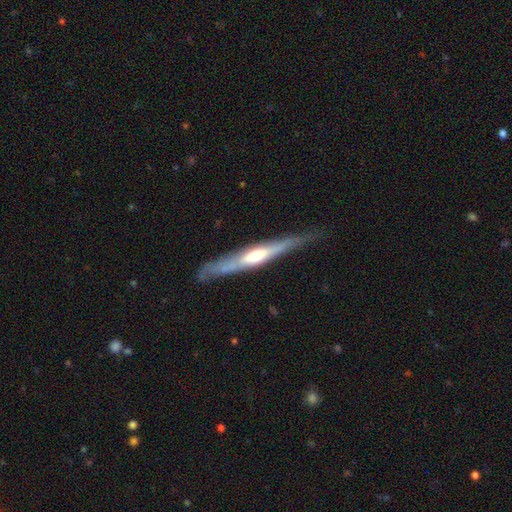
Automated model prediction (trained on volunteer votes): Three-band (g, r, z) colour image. It shows a featured or disk galaxy (67%) viewed edge-on (90%) with a rounded central bulge (60%). Merging: none (75%).